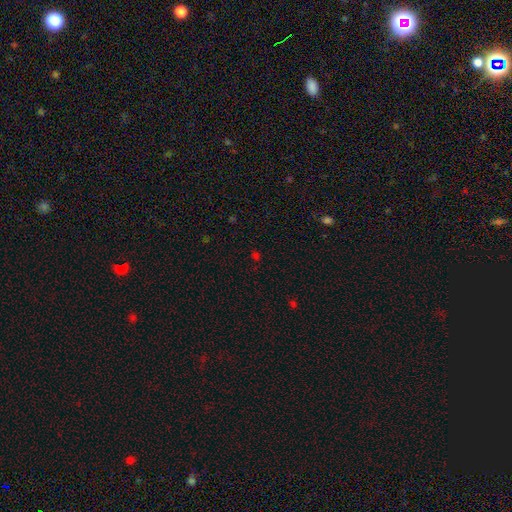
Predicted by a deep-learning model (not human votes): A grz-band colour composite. It shows a star or artifact, not a galaxy (52%).